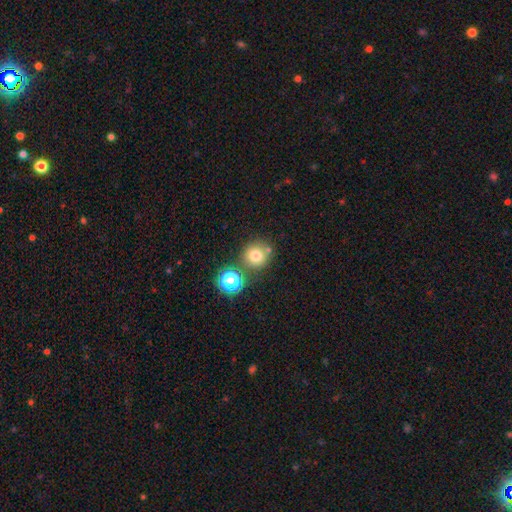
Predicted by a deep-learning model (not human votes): smooth_or_featured: smooth (p=0.74) [alt: star or artifact p=0.16]
how_rounded: round (p=0.89) [alt: in between p=0.10]
merging: none (p=0.69) [alt: merger p=0.16]